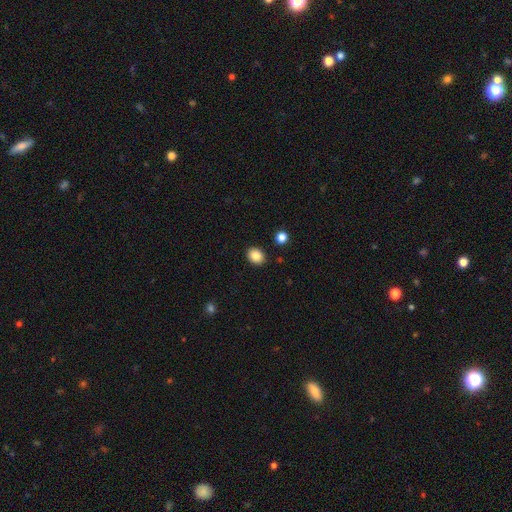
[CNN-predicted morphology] smooth_or_featured: smooth (p=0.86) [alt: star or artifact p=0.09]
how_rounded: in between (p=0.50) [alt: round p=0.49]
merging: none (p=0.89) [alt: minor disturbance p=0.07]